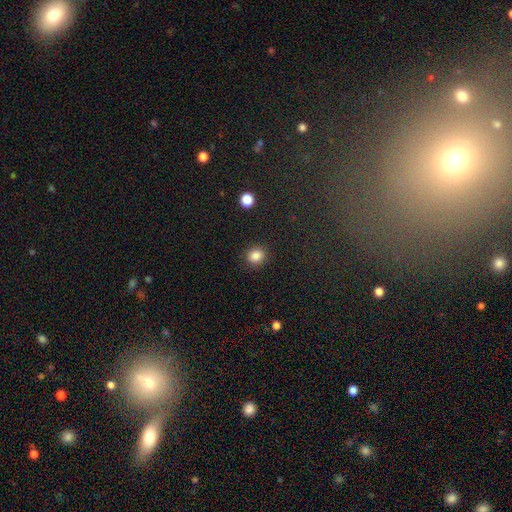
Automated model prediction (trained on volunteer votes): This appears to be a smooth galaxy with no disk features (86%) that is round (83%). Merging: none (90%).